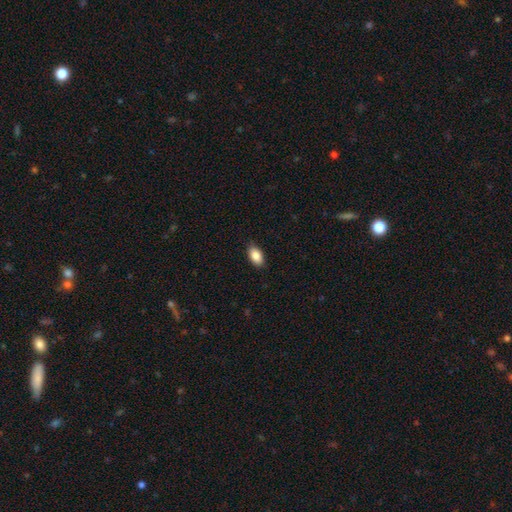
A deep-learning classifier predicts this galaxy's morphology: Smooth or featured? smooth (87%)
How rounded? in between (92%)
Merging? none (87%)